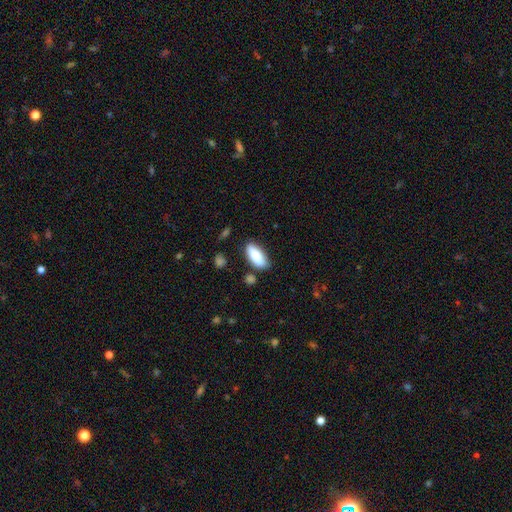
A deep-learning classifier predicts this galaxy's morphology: This is clearly a smooth galaxy (85%). How rounded: clearly in between (85%). Merging: likely none (75%).